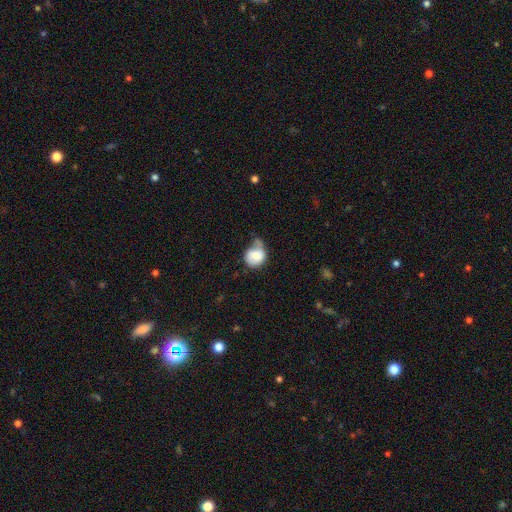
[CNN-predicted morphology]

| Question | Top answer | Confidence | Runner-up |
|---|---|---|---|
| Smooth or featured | smooth | 70% | featured or disk (22%) |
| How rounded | round | 70% | in between (29%) |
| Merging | minor disturbance | 35% | none (32%) |